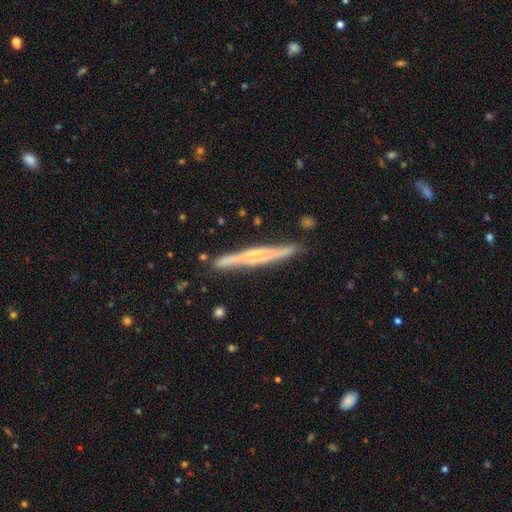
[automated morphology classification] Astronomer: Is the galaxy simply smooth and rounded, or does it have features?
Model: featured or disk — 67%.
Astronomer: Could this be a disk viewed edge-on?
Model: yes — 92%.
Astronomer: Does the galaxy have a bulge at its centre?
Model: none — 51% (runner-up: rounded, 37%).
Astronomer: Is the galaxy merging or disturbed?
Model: none — 83%.